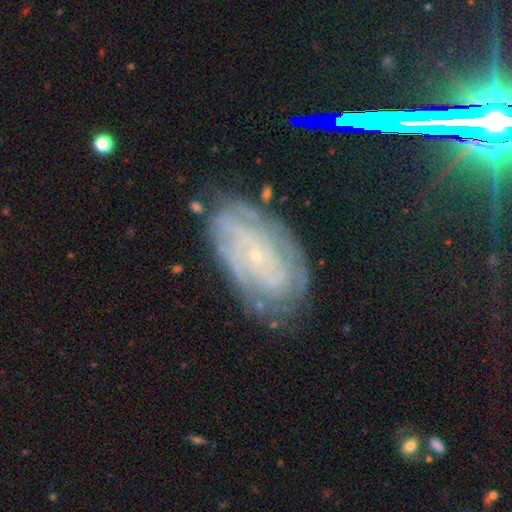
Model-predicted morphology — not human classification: The model was most divided on "spiral arm count": can't tell: 48%, 2: 14%, 4: 12%, 3: 11%, more than 4: 9%, 1: 6%. More confident: edge-on disk — no (95%); spiral arms — yes (92%); bulge size — small (88%); smooth or featured — featured or disk (78%); bar — no (78%); spiral winding — tight (76%); merging — none (73%).